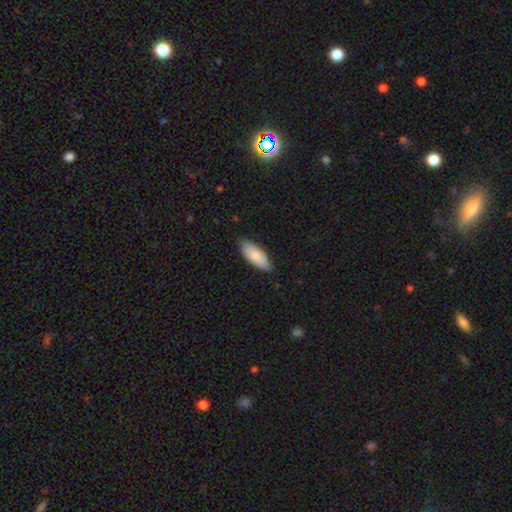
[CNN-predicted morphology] This is clearly a smooth galaxy (85%). How rounded: clearly in between (80%). Merging: likely none (79%).